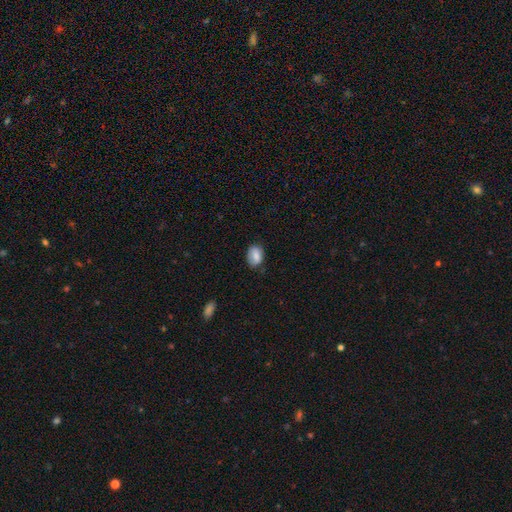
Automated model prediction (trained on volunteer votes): Overall: smooth (79%). How rounded: in between (76%). Merging: none (76%).